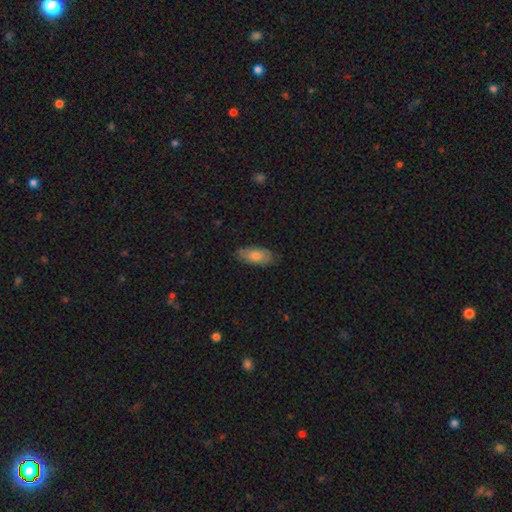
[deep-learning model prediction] A smooth galaxy with no disk features (73%) that is in between round and cigar-shaped (87%). Merging: none (79%).